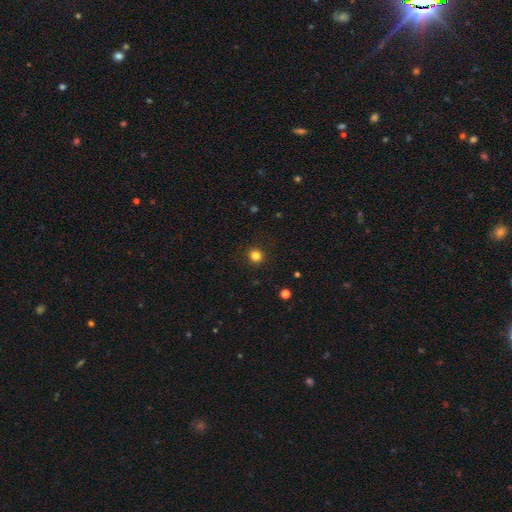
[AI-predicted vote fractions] Smooth or featured: smooth — 82% (star or artifact — 13%)
How rounded: round — 92% (in between — 7%)
Merging: none — 92% (minor disturbance — 5%)